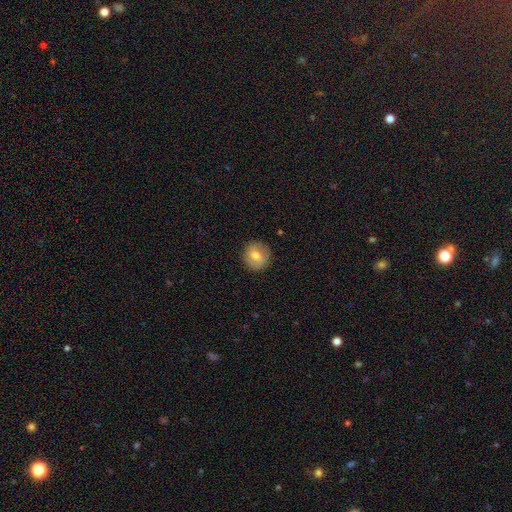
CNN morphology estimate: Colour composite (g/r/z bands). It shows a smooth galaxy with no disk features (71%) that is round (89%). Merging: none (88%).